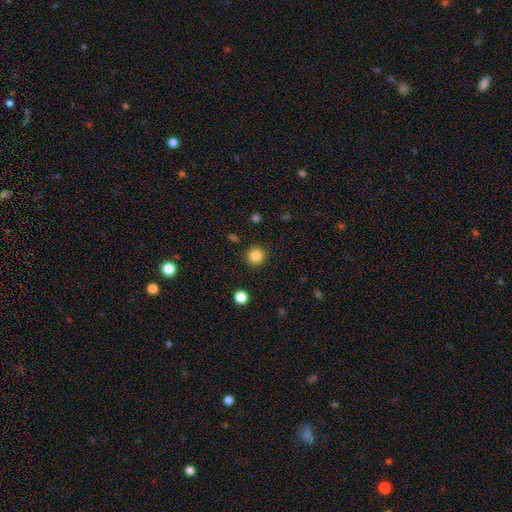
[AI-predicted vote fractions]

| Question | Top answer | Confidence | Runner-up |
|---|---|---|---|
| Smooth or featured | smooth | 84% | star or artifact (12%) |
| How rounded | round | 95% | in between (4%) |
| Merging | none | 91% | minor disturbance (6%) |